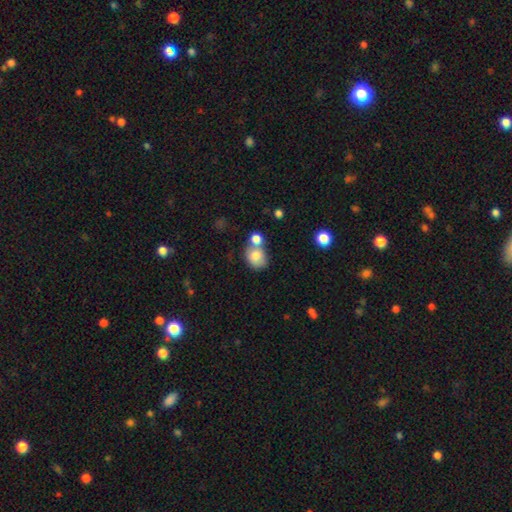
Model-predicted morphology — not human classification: Smooth or featured? Predicted: smooth (p=0.79). How rounded? Predicted: round (p=0.56). Merging? Predicted: none (p=0.42).